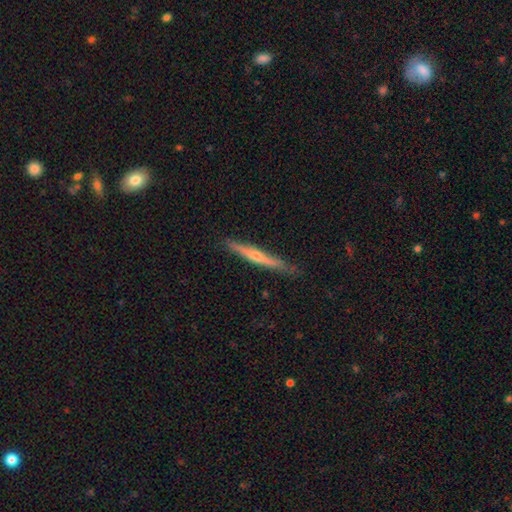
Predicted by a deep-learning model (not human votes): Smooth or featured?
  - featured or disk: 63% *
  - smooth: 31%
  - star or artifact: 6%
Edge-on disk?
  - yes: 96% *
  - no: 4%
Edge-on bulge?
  - rounded: 78% *
  - none: 19%
  - boxy: 4%
Merging?
  - none: 83% *
  - minor disturbance: 14%
  - major disturbance: 2%
  - merger: 1%